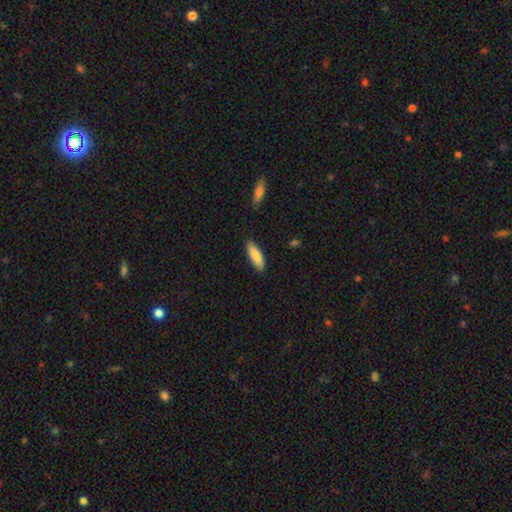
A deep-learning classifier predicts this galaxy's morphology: Smooth or featured?
  - smooth: 85% *
  - featured or disk: 9%
  - star or artifact: 6%
How rounded?
  - in between: 57% *
  - cigar-shaped: 41%
  - round: 2%
Merging?
  - none: 86% *
  - minor disturbance: 10%
  - major disturbance: 2%
  - merger: 1%